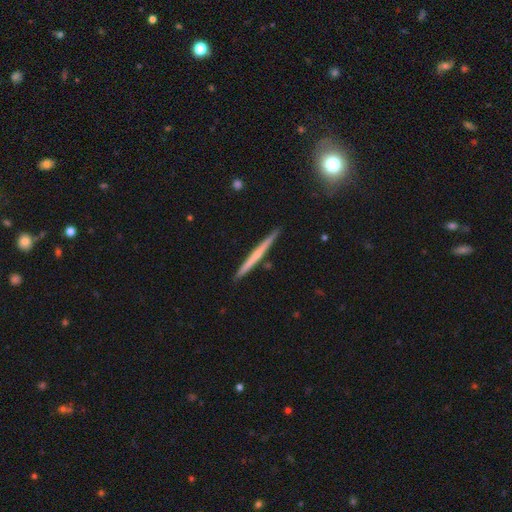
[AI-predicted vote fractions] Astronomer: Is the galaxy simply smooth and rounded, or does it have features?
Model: featured or disk — 54% (runner-up: smooth, 41%).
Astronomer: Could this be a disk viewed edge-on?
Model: yes — 98%.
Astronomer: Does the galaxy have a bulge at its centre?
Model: none — 73%.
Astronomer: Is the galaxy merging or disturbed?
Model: none — 90%.